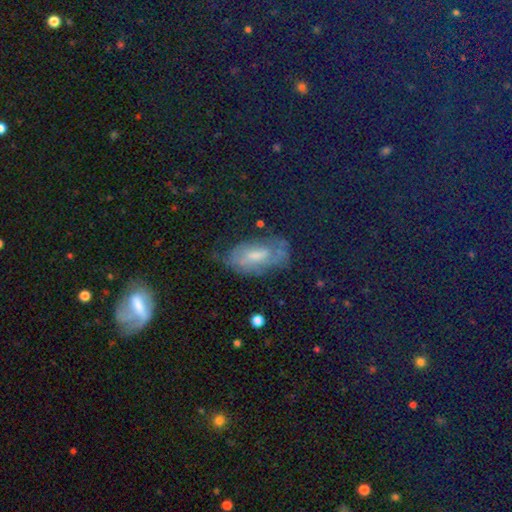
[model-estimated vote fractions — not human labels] Smooth or featured: featured or disk — 38% (tied with smooth — 38%)
Merging: none — 60% (minor disturbance — 26%)